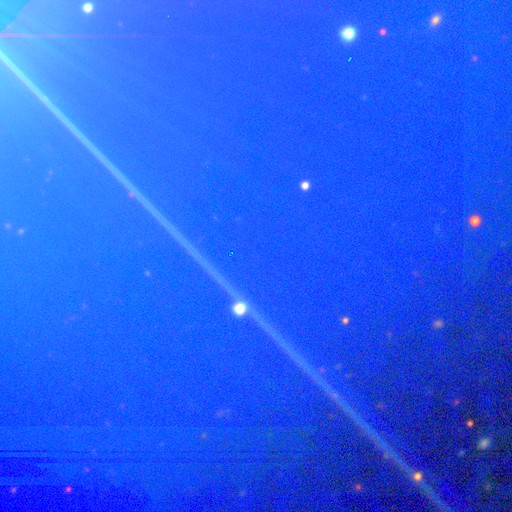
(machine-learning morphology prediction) Smooth or featured? star or artifact (84%)